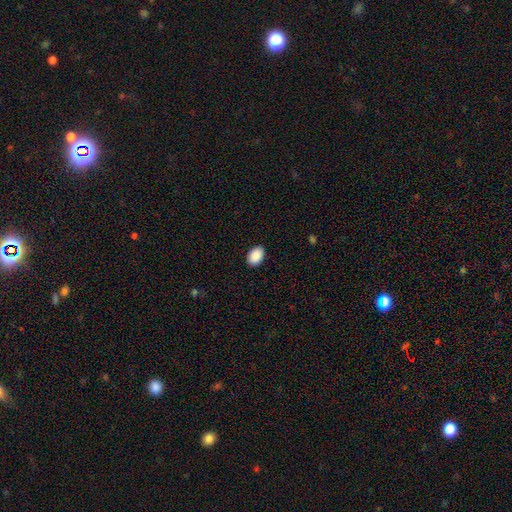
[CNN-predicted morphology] type=smooth (90%); roundness=in between (87%); merging=none (90%).